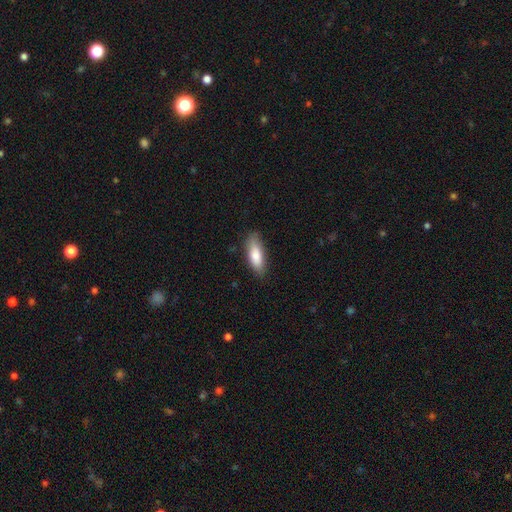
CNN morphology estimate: Q: Smooth or featured?
A: smooth (81%); runner-up: featured or disk (13%)
Q: How rounded?
A: in between (63%); runner-up: cigar-shaped (35%)
Q: Merging?
A: none (81%); runner-up: minor disturbance (15%)